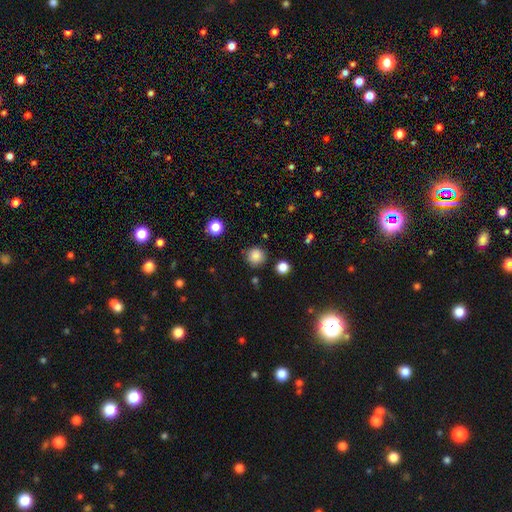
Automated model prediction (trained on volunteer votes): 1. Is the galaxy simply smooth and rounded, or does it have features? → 85% smooth, 11% star or artifact, 4% featured or disk.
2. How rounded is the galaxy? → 93% round, 6% in between, 1% cigar-shaped.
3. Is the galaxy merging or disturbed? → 85% none, 10% minor disturbance, 3% merger, 3% major disturbance.